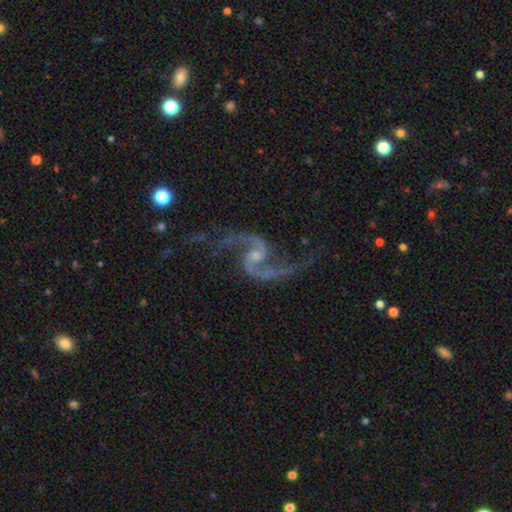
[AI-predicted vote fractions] This is clearly a featured or disk galaxy (94%). It is clearly not viewed edge-on (98%). Bar: possibly no (52%). Spiral arm pattern: clearly yes (98%). Spiral arm count: clearly 2 (95%). Spiral winding: likely loose (69%). Central bulge: possibly small (47%). Merging: likely none (69%).